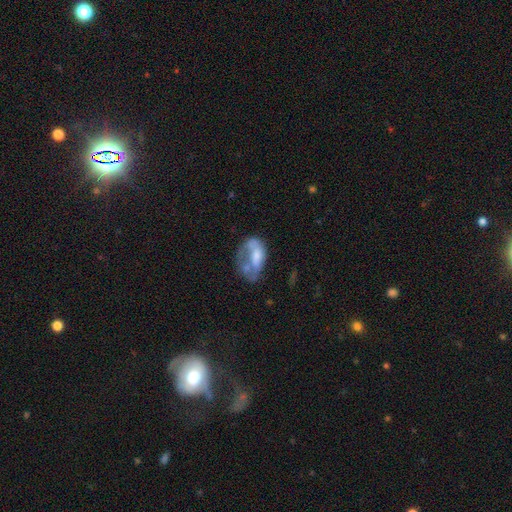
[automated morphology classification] Smooth or featured? smooth (47%)
Merging? major disturbance (34%)